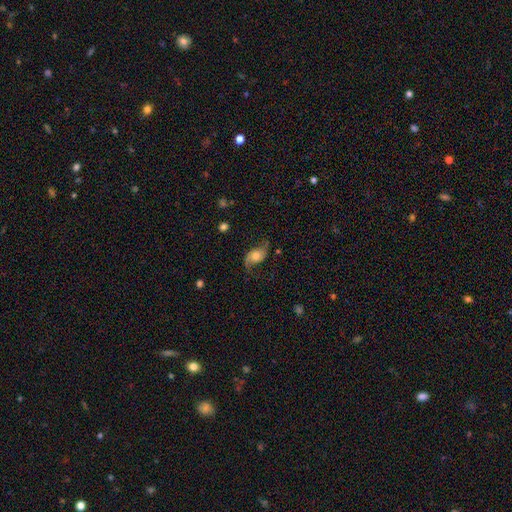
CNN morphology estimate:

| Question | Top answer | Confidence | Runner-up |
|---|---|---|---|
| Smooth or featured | featured or disk | 72% | smooth (20%) |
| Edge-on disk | no | 95% | yes (5%) |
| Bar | no | 71% | weak (23%) |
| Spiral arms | yes | 93% | no (7%) |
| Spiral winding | loose | 76% | medium (19%) |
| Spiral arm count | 2 | 91% | 1 (4%) |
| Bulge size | moderate | 58% | small (22%) |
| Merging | none | 70% | minor disturbance (19%) |